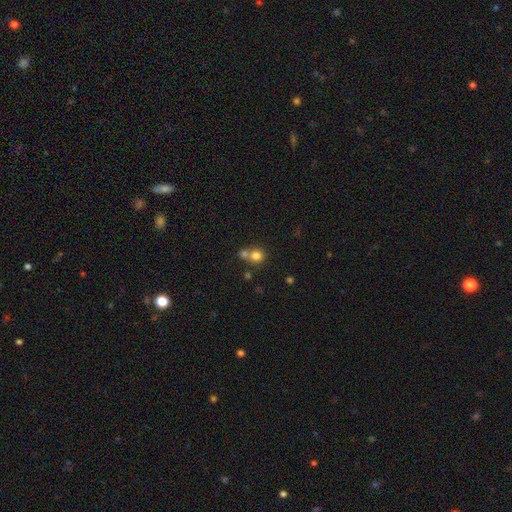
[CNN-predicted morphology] Q: Smooth or featured?
A: smooth (78%); runner-up: star or artifact (13%)
Q: How rounded?
A: round (87%); runner-up: in between (12%)
Q: Merging?
A: none (48%); runner-up: merger (43%)